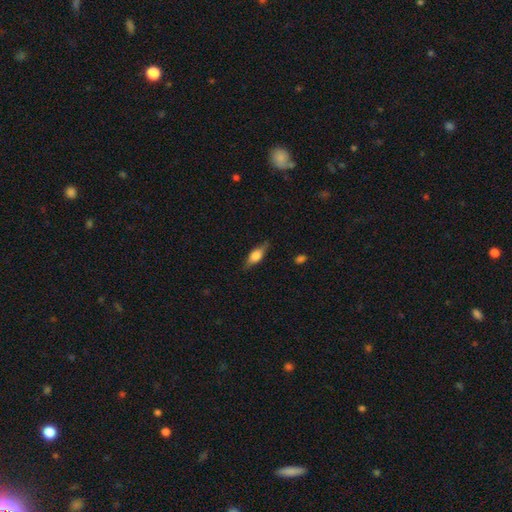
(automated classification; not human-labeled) Smooth or featured?
  - smooth: 55% *
  - featured or disk: 38%
  - star or artifact: 7%
How rounded?
  - in between: 68% *
  - cigar-shaped: 28%
  - round: 4%
Merging?
  - none: 79% *
  - minor disturbance: 16%
  - major disturbance: 4%
  - merger: 1%